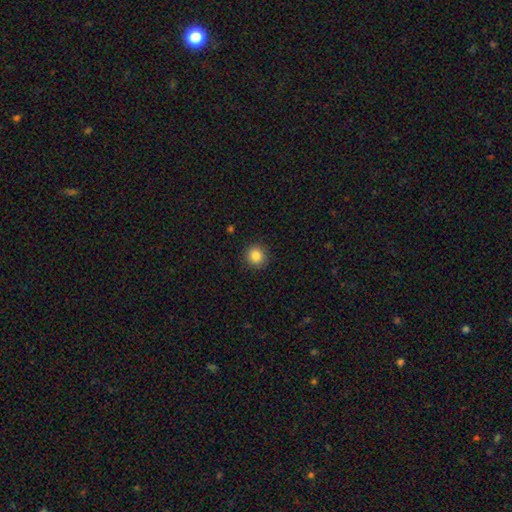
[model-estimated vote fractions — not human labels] smooth 86%, star or artifact 10%, featured or disk 4%. Down the decision tree: how rounded — round (90%); merging — none (90%).